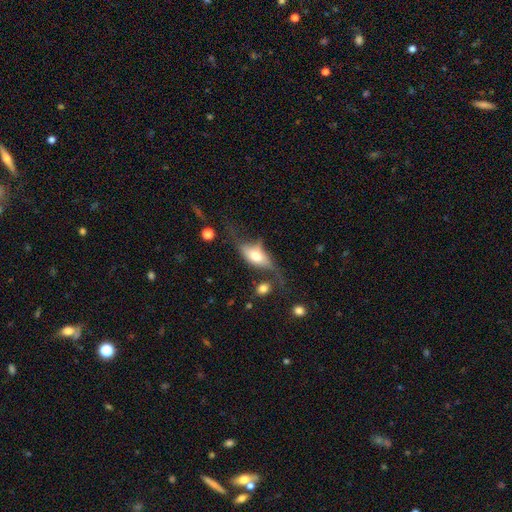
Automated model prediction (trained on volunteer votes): A smooth galaxy with no disk features (48%).

Vote fractions:
- Smooth or featured? smooth: 48% / featured or disk: 45% / star or artifact: 7%
- Merging? major disturbance: 33% / none: 31% / minor disturbance: 25% / merger: 11%